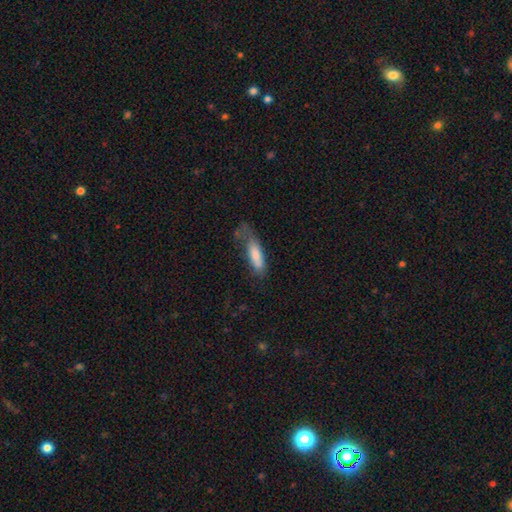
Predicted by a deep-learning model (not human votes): Smooth or featured: smooth — 76% (featured or disk — 17%)
How rounded: cigar-shaped — 49% (tied with in between — 49%)
Merging: none — 36% (minor disturbance — 29%)